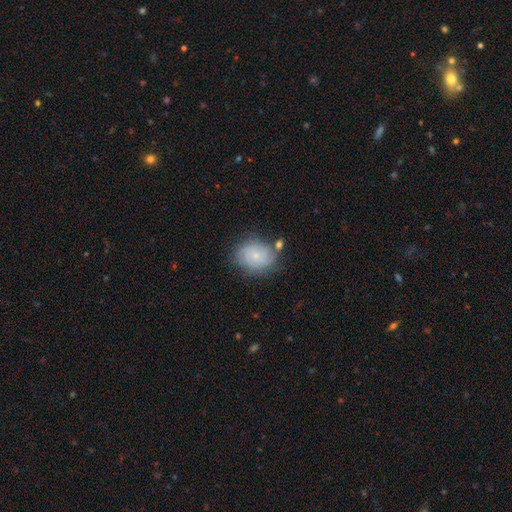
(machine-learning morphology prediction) type=smooth (49%); merging=none (65%).